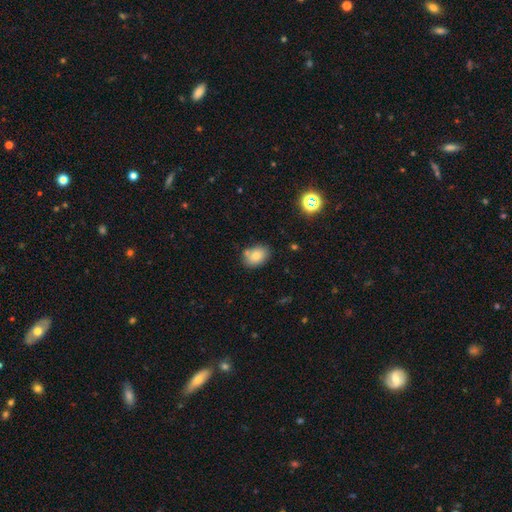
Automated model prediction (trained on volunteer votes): Smooth or featured? smooth (80%)
How rounded? in between (73%)
Merging? none (70%)